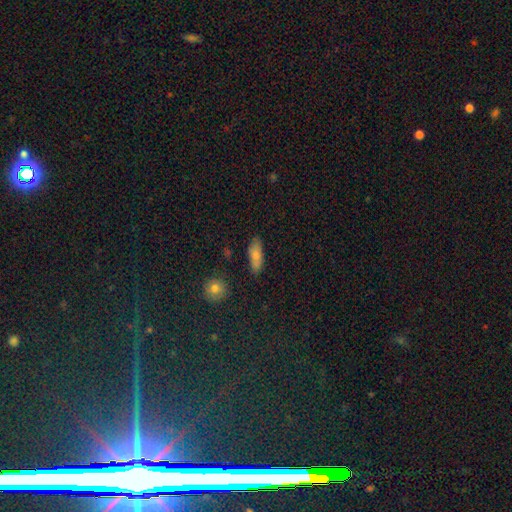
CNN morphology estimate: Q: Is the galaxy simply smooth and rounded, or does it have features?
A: smooth — 79%.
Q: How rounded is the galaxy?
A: in between — 61%.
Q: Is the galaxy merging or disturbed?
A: none — 82%.